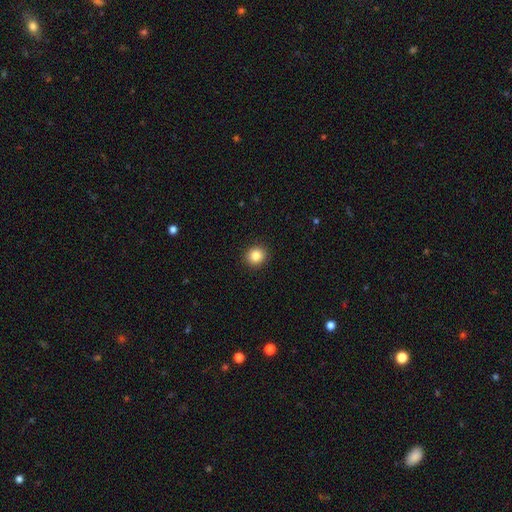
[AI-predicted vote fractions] smooth_or_featured: smooth (p=0.84) [alt: star or artifact p=0.10]
how_rounded: round (p=0.88) [alt: in between p=0.11]
merging: none (p=0.92) [alt: minor disturbance p=0.05]